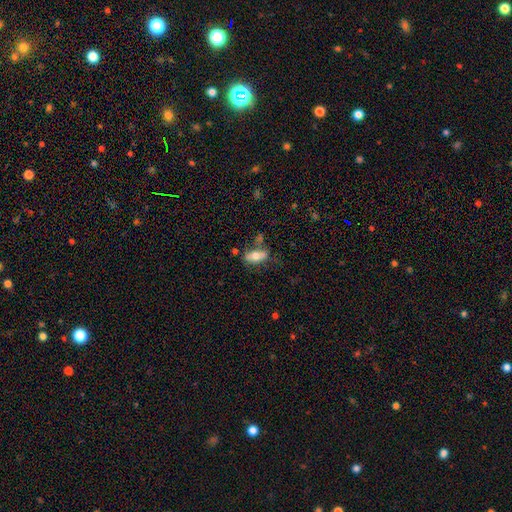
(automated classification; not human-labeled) The model was most divided on "merging": none: 59%, minor disturbance: 21%, merger: 11%, major disturbance: 8%. More confident: how rounded — in between (79%); smooth or featured — smooth (70%).